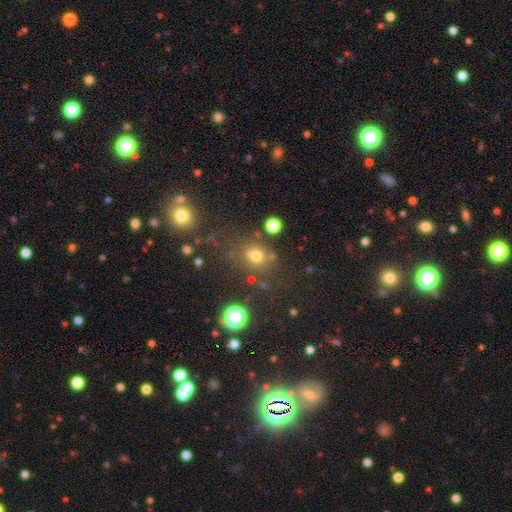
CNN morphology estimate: Q: Smooth or featured?
A: smooth (66%); runner-up: star or artifact (23%)
Q: How rounded?
A: round (72%); runner-up: in between (26%)
Q: Merging?
A: none (63%); runner-up: merger (15%)